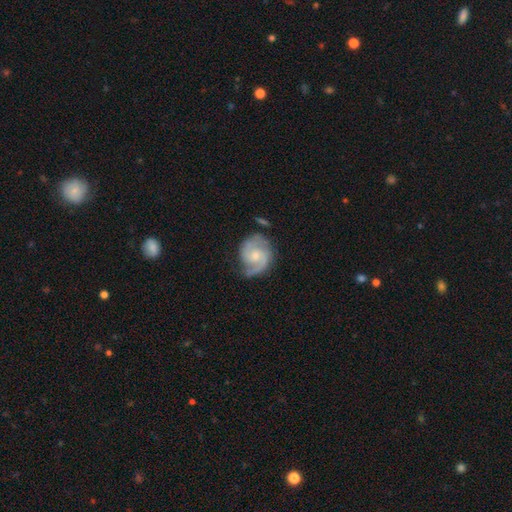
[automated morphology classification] Smooth or featured? featured or disk (85%)
Edge-on disk? no (98%)
Bar? no (57%)
Spiral arms? yes (97%)
Spiral winding? medium (52%)
Spiral arm count? 2 (87%)
Bulge size? small (49%)
Merging? none (70%)